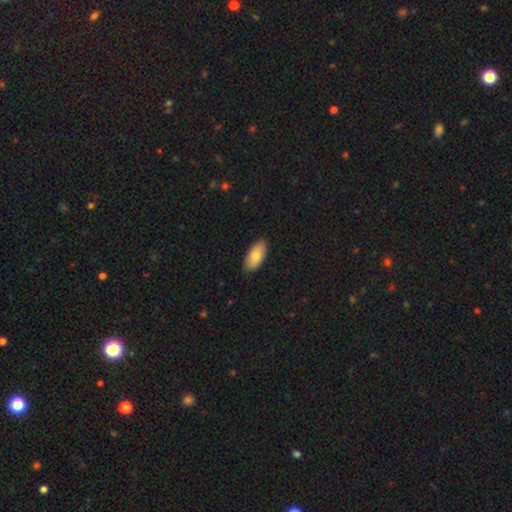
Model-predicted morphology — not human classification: smooth 81%, featured or disk 13%, star or artifact 6%. Down the decision tree: how rounded — in between (93%); merging — none (86%).